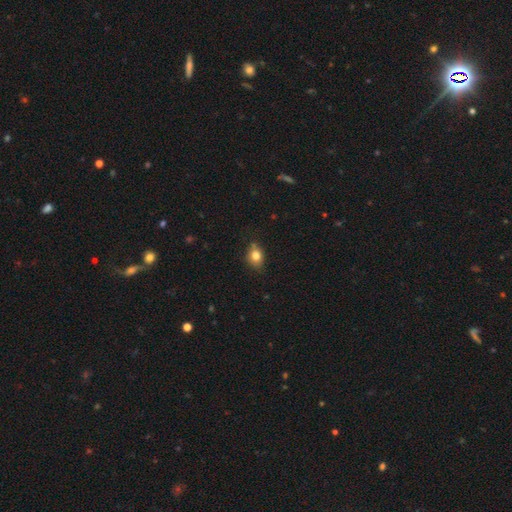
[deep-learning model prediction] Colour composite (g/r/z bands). It shows a smooth galaxy with no disk features (80%) that is in between round and cigar-shaped (51%). Merging: none (71%).